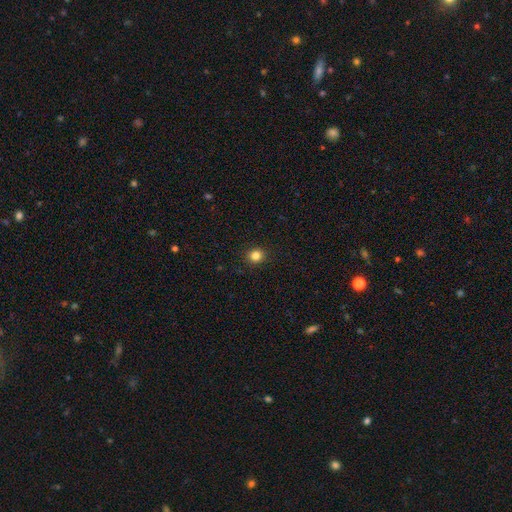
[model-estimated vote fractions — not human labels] Q: Smooth or featured?
A: smooth (83%); runner-up: star or artifact (12%)
Q: How rounded?
A: round (89%); runner-up: in between (10%)
Q: Merging?
A: none (92%); runner-up: minor disturbance (5%)